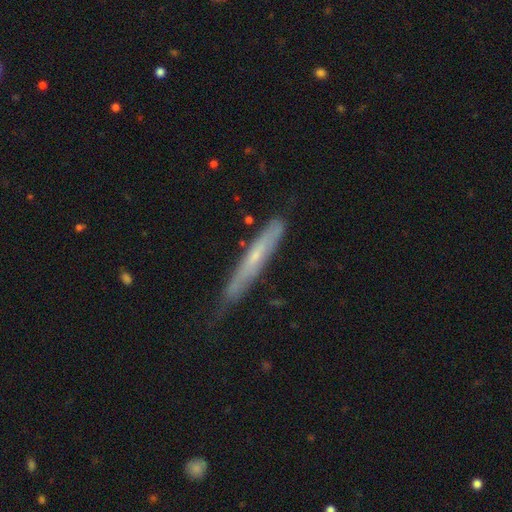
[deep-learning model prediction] This is possibly a featured or disk galaxy (55%). It is clearly viewed edge-on (84%). Merging: likely none (68%).